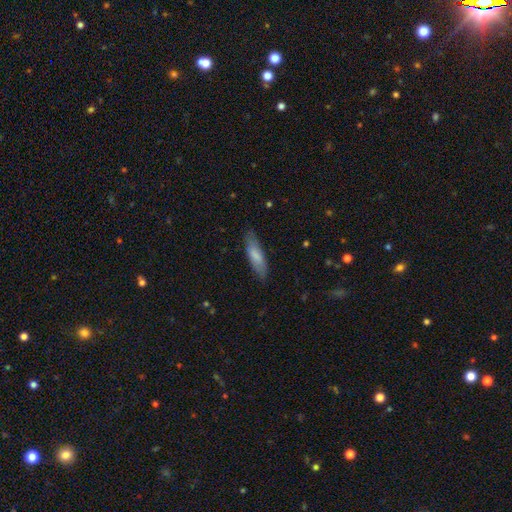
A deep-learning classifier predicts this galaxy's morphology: smooth-or-featured: smooth: 76% | featured or disk: 18% | star or artifact: 5%
  how-rounded: cigar-shaped: 61% | in between: 38% | round: 1%
  merging: none: 82% | minor disturbance: 14% | major disturbance: 3% | merger: 1%